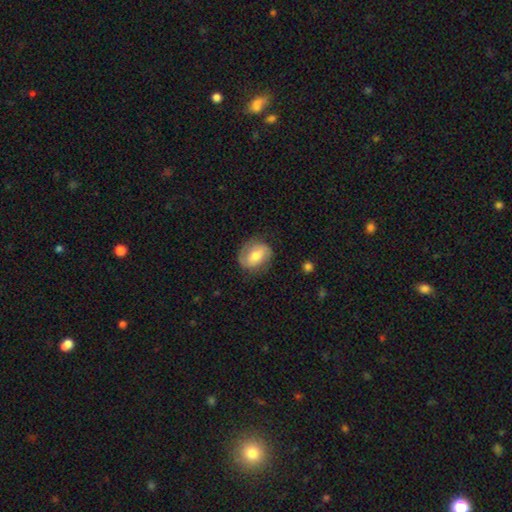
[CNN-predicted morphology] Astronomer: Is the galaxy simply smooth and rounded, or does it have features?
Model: featured or disk — 49% (runner-up: smooth, 44%).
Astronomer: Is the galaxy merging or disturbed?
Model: none — 77%.